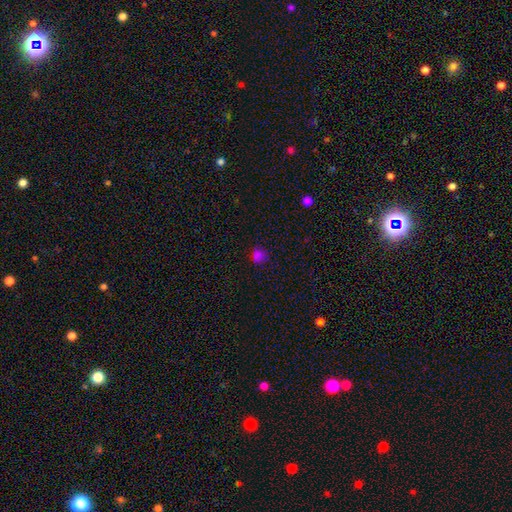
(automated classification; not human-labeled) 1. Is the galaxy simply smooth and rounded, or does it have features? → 70% smooth, 26% star or artifact, 4% featured or disk.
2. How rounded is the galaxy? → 83% round, 16% in between, 1% cigar-shaped.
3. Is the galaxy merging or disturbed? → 78% none, 14% minor disturbance, 4% major disturbance, 3% merger.